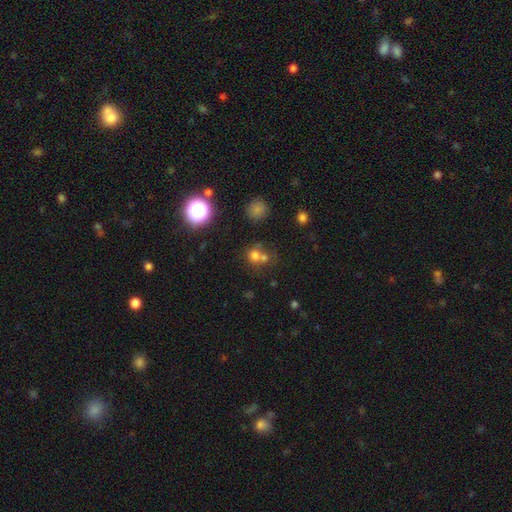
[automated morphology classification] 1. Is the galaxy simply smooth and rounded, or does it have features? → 67% smooth, 22% star or artifact, 11% featured or disk.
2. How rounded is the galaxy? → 83% round, 16% in between, 1% cigar-shaped.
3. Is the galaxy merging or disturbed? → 46% none, 42% merger, 8% minor disturbance, 5% major disturbance.